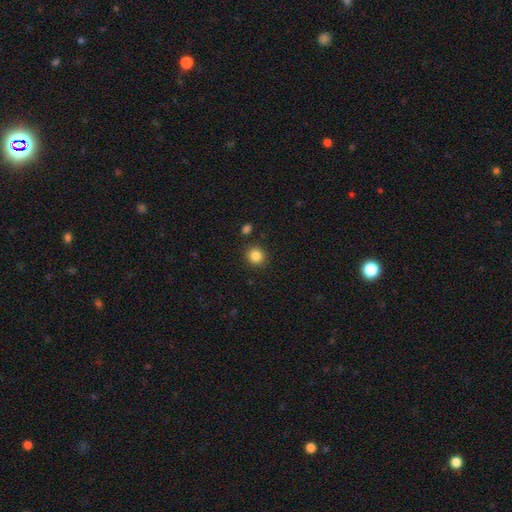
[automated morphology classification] Smooth or featured?
  - smooth: 85% *
  - star or artifact: 11%
  - featured or disk: 5%
How rounded?
  - round: 88% *
  - in between: 11%
  - cigar-shaped: 1%
Merging?
  - none: 88% *
  - minor disturbance: 7%
  - merger: 3%
  - major disturbance: 2%